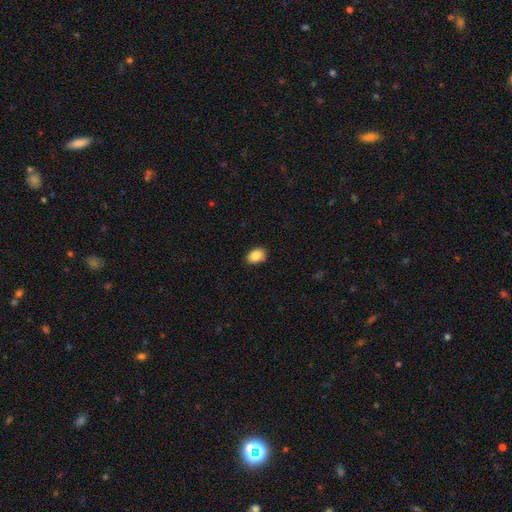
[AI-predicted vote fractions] Morphology: type=smooth (87%); roundness=in between (80%); merging=none (84%).